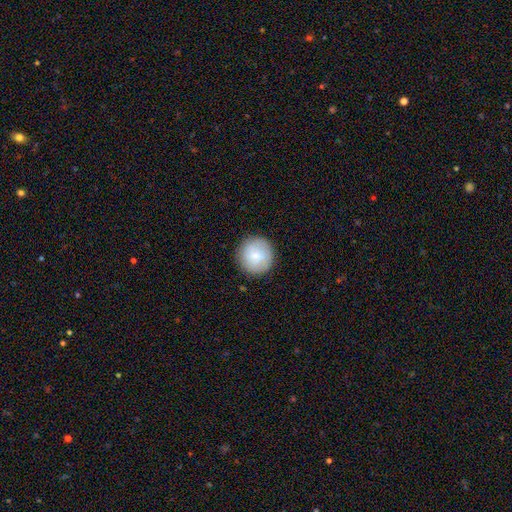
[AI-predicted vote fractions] Smooth or featured? smooth (77%)
How rounded? round (95%)
Merging? none (89%)